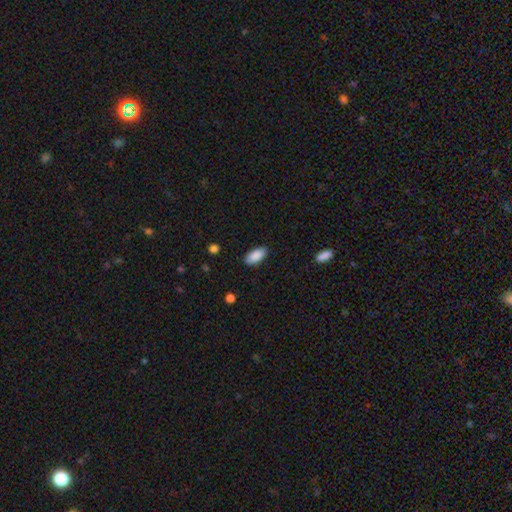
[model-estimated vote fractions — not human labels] This appears to be a smooth galaxy with no disk features (89%) that is in between round and cigar-shaped (91%). Merging: none (87%).